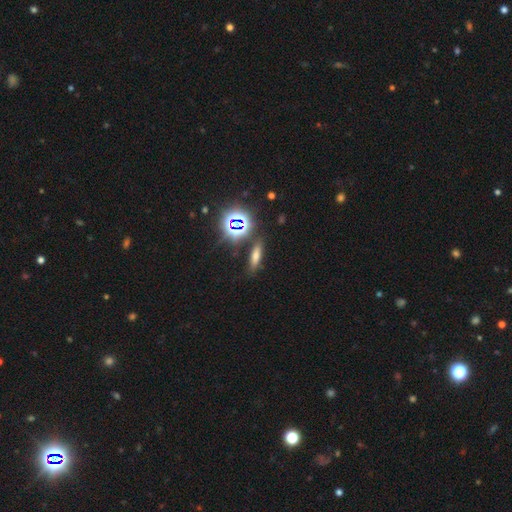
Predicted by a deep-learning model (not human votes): This appears to be a smooth galaxy with no disk features (58%) that is cigar-shaped (55%). Merging: none (81%).